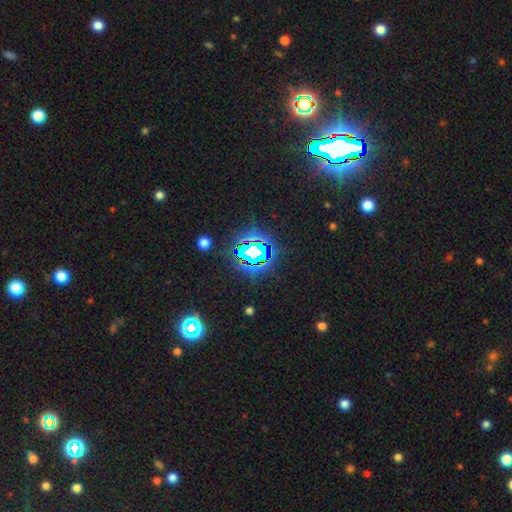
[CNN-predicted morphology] A star or artifact, not a galaxy (74%).